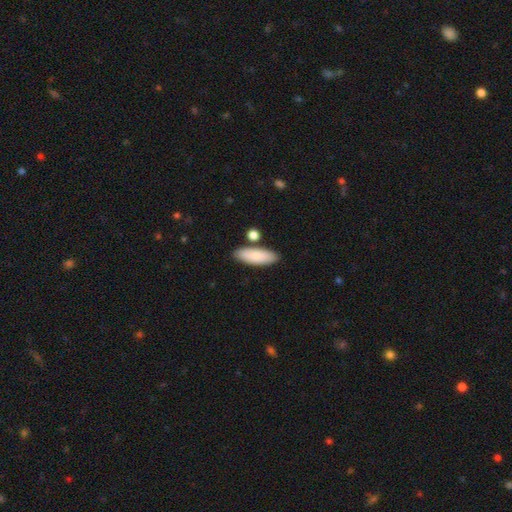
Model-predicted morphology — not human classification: type=smooth (84%); roundness=in between (63%); merging=none (79%).